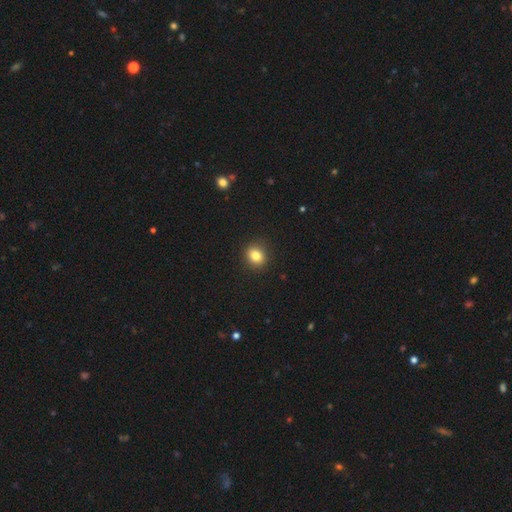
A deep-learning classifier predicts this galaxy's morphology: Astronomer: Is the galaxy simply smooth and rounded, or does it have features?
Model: smooth — 83%.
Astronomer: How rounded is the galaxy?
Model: round — 68%.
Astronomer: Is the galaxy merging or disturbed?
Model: none — 90%.